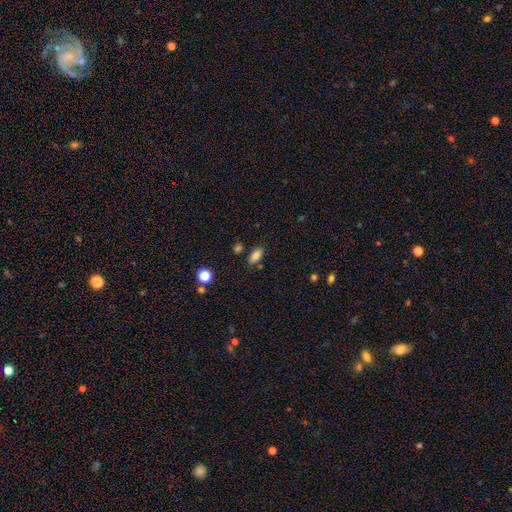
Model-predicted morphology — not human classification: Smooth or featured? smooth (81%)
How rounded? in between (83%)
Merging? none (78%)